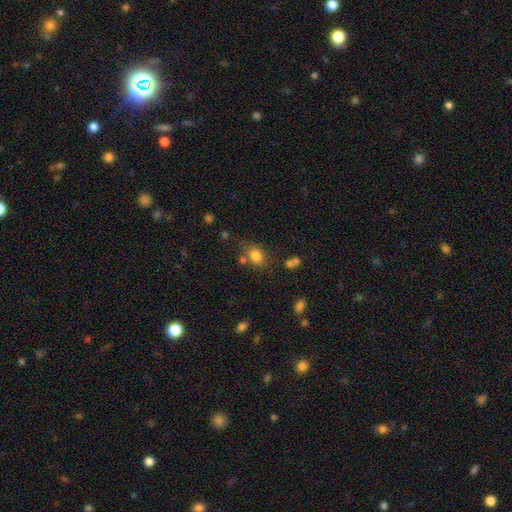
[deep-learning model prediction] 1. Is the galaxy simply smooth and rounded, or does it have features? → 81% smooth, 12% star or artifact, 7% featured or disk.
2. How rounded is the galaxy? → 59% in between, 40% round, 1% cigar-shaped.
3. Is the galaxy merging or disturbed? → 65% none, 16% minor disturbance, 13% merger, 6% major disturbance.